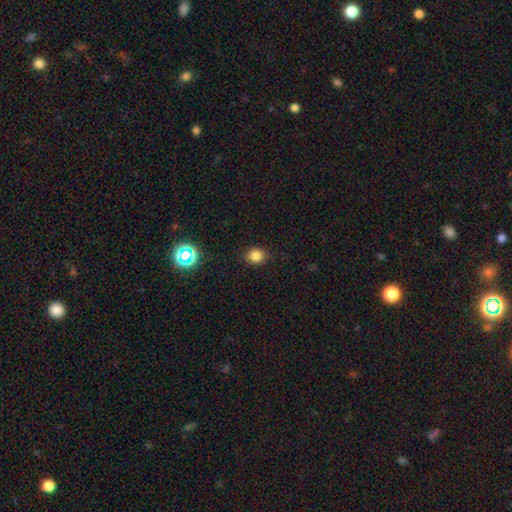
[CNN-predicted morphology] A smooth galaxy with no disk features (80%) that is round (71%).

Vote fractions:
- Smooth or featured? smooth: 80% / star or artifact: 15% / featured or disk: 5%
- How rounded? round: 71% / in between: 28% / cigar-shaped: 1%
- Merging? none: 87% / minor disturbance: 9% / major disturbance: 3% / merger: 1%